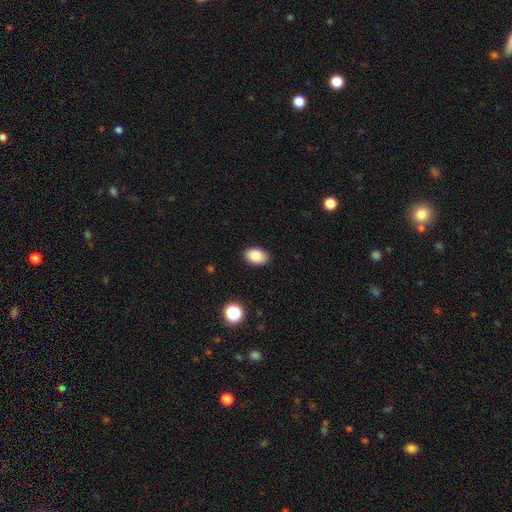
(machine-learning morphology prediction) A smooth galaxy with no disk features (88%) that is in between round and cigar-shaped (85%). Merging: none (87%).